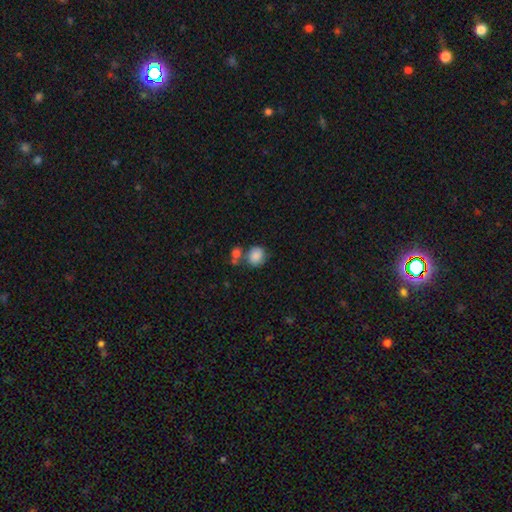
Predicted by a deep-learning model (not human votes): A smooth galaxy with no disk features (85%) that is round (71%). Merging: none (60%).